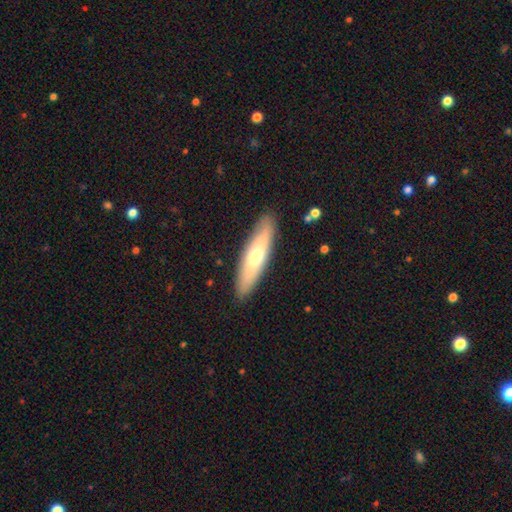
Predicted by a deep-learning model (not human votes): smooth-or-featured: smooth: 59% | featured or disk: 35% | star or artifact: 6%
  how-rounded: cigar-shaped: 71% | in between: 27% | round: 2%
  merging: none: 89% | minor disturbance: 8% | major disturbance: 2% | merger: 1%